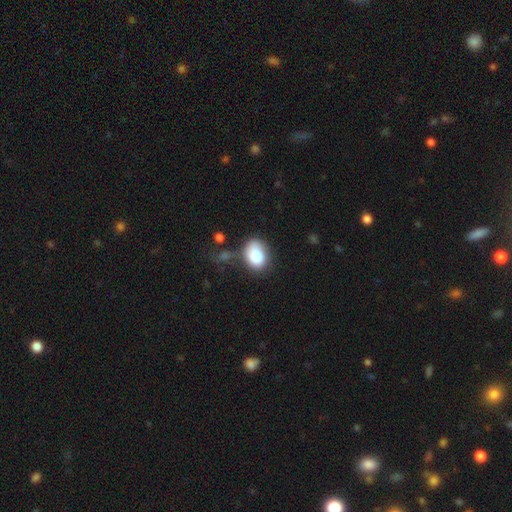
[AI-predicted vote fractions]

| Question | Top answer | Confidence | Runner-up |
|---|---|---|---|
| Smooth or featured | smooth | 85% | featured or disk (8%) |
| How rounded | in between | 72% | round (27%) |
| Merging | none | 50% | minor disturbance (27%) |